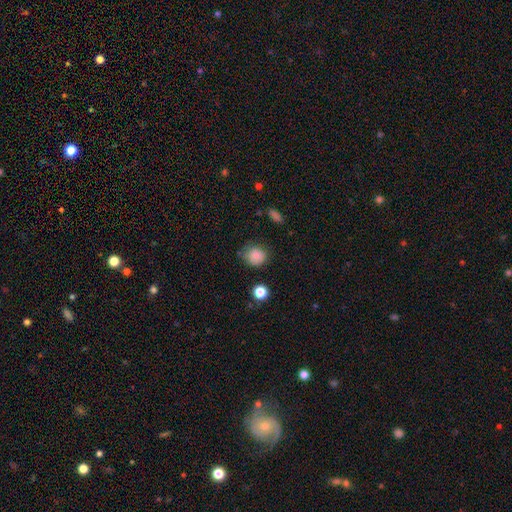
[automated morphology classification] Q: Smooth or featured?
A: smooth (84%); runner-up: star or artifact (11%)
Q: How rounded?
A: round (77%); runner-up: in between (22%)
Q: Merging?
A: none (65%); runner-up: minor disturbance (26%)